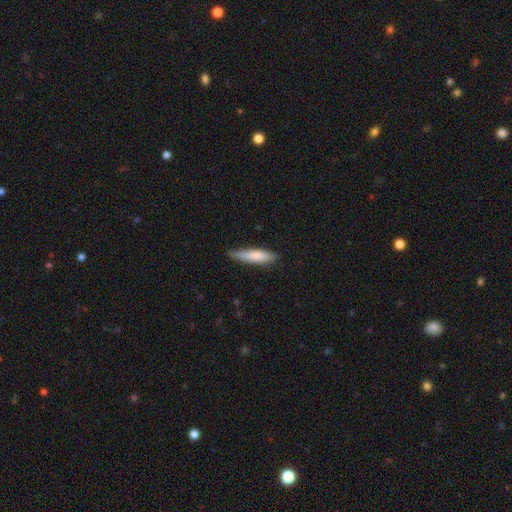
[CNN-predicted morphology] This appears to be a smooth galaxy with no disk features (78%) that is cigar-shaped (79%). Merging: none (76%).